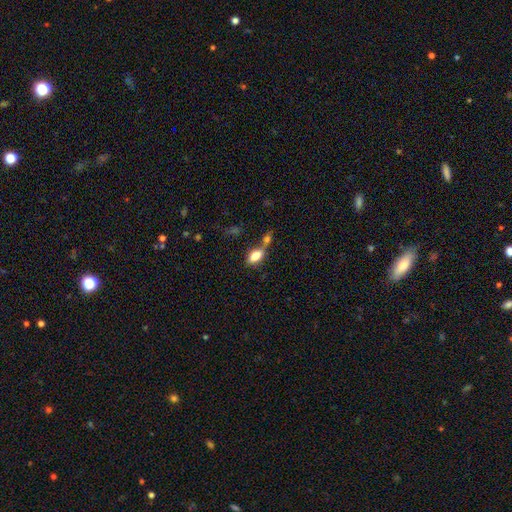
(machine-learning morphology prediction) Smooth or featured? smooth (77%)
How rounded? in between (86%)
Merging? merger (41%)